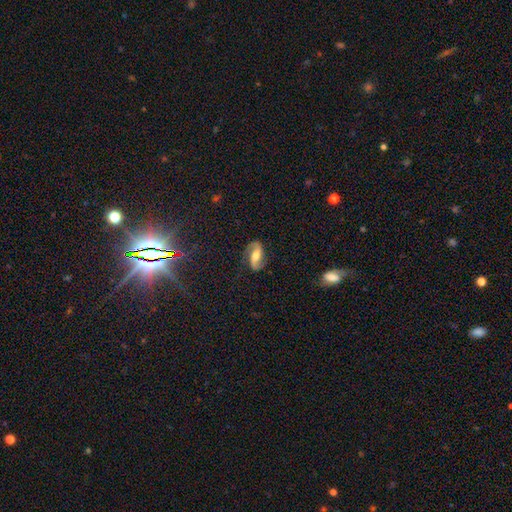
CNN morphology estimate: type=featured or disk (81%); edge-on=no (96%); bar=weak (36%); spiral arms=yes (95%); winding=loose (48%); arm count=2 (93%); bulge=moderate (69%); merging=none (83%).